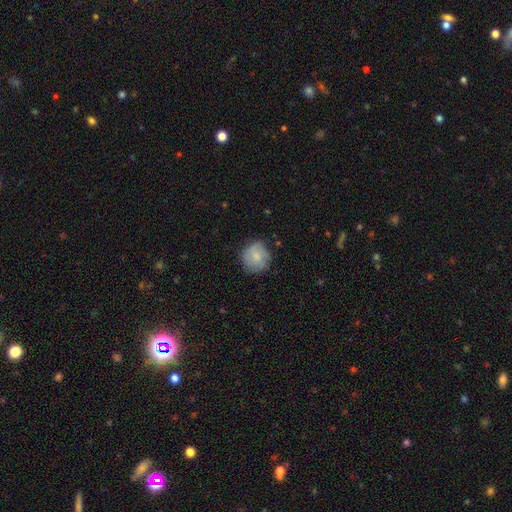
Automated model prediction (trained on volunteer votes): The model was most divided on "smooth or featured": smooth: 74%, featured or disk: 19%, star or artifact: 7%. More confident: how rounded — round (90%); merging — none (75%).